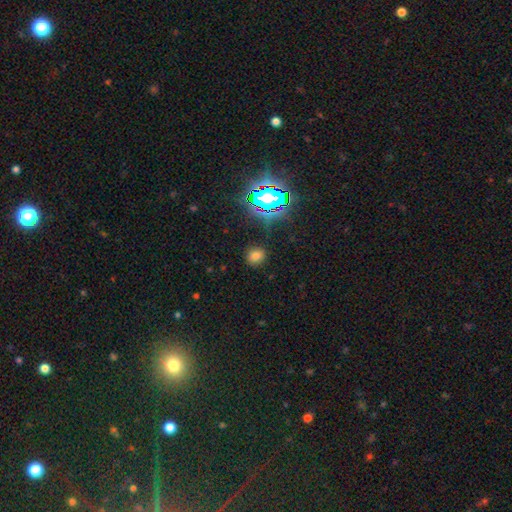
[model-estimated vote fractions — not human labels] Q: Smooth or featured?
A: smooth (69%); runner-up: star or artifact (24%)
Q: How rounded?
A: round (73%); runner-up: in between (26%)
Q: Merging?
A: none (86%); runner-up: minor disturbance (9%)